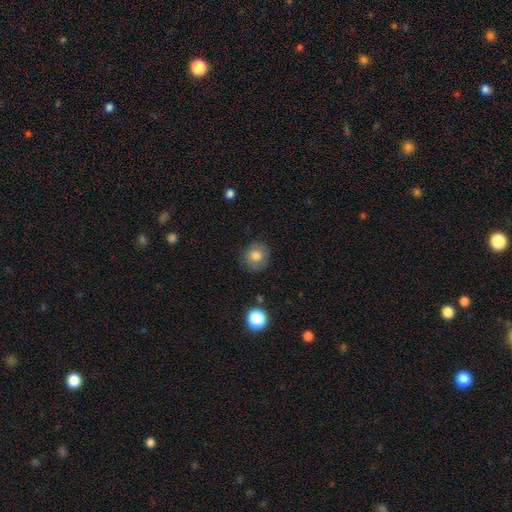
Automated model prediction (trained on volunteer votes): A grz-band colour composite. It shows a smooth galaxy with no disk features (78%) that is round (86%). Merging: none (82%).